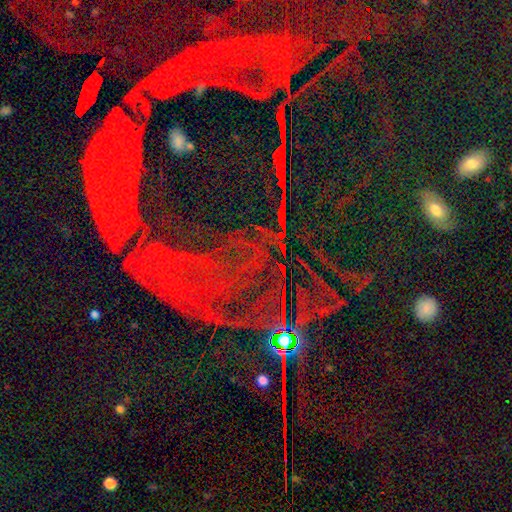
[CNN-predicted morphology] smooth_or_featured: star or artifact (p=0.82) [alt: featured or disk p=0.10]